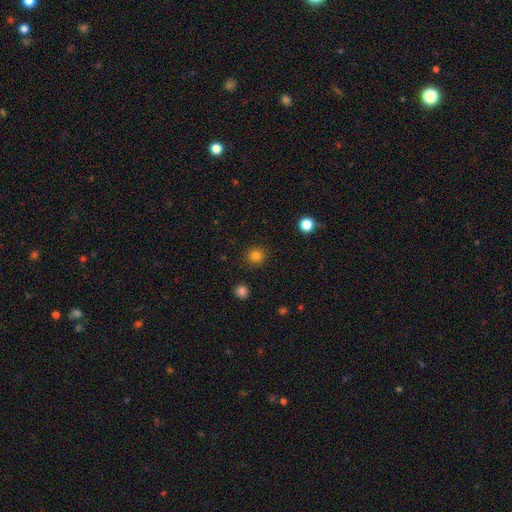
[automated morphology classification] smooth_or_featured: smooth (p=0.82) [alt: star or artifact p=0.13]
how_rounded: round (p=0.88) [alt: in between p=0.11]
merging: none (p=0.90) [alt: minor disturbance p=0.06]